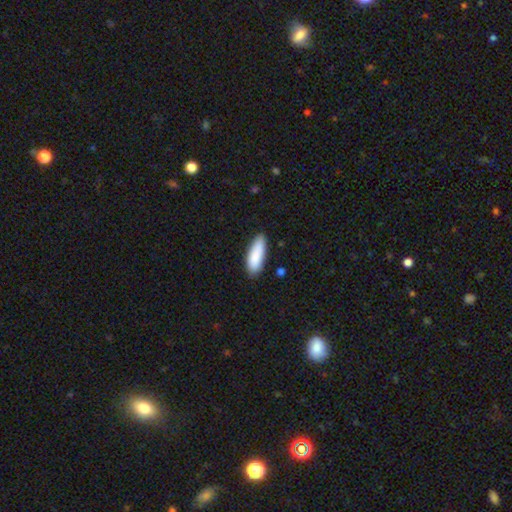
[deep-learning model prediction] A smooth galaxy with no disk features (88%) that is in between round and cigar-shaped (59%).

Vote fractions:
- Smooth or featured? smooth: 88% / featured or disk: 6% / star or artifact: 6%
- How rounded? in between: 59% / cigar-shaped: 40% / round: 2%
- Merging? none: 81% / minor disturbance: 15% / major disturbance: 2% / merger: 2%